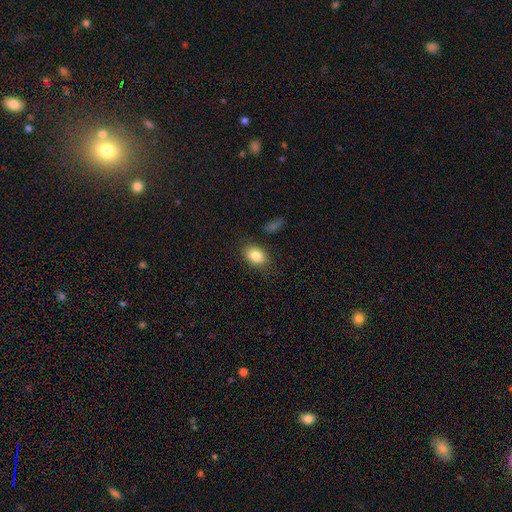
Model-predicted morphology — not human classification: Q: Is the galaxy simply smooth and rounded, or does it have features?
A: smooth — 84%.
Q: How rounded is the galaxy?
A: in between — 82%.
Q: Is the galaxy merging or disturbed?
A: none — 83%.